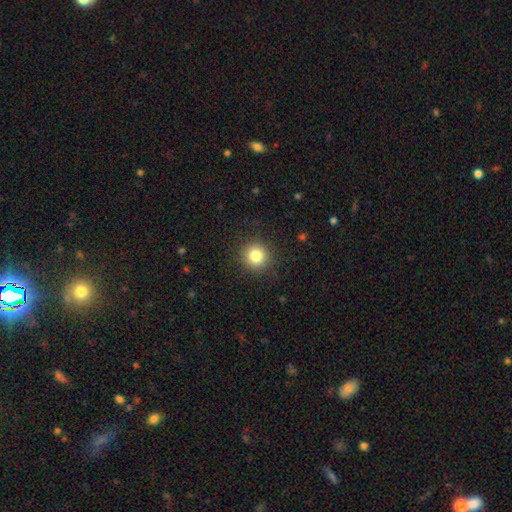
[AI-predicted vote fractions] Q: Smooth or featured?
A: smooth (82%); runner-up: star or artifact (11%)
Q: How rounded?
A: round (94%); runner-up: in between (5%)
Q: Merging?
A: none (91%); runner-up: minor disturbance (6%)